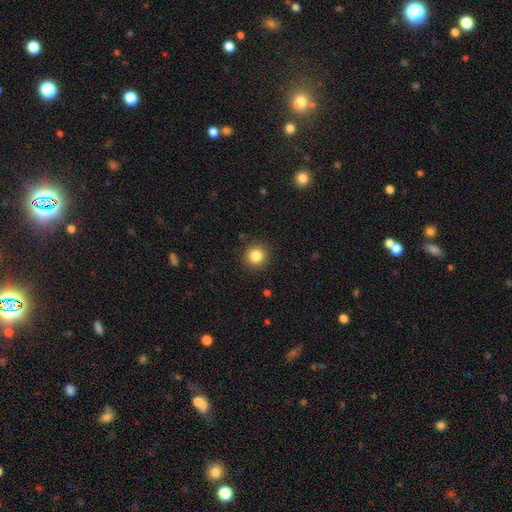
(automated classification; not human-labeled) A smooth galaxy with no disk features (85%) that is round (94%). Merging: none (90%).